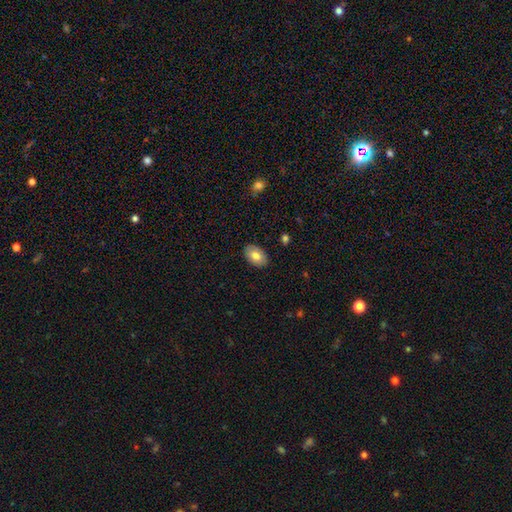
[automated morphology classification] Smooth or featured: smooth — 78% (featured or disk — 15%)
How rounded: in between — 91% (round — 8%)
Merging: none — 87% (minor disturbance — 10%)